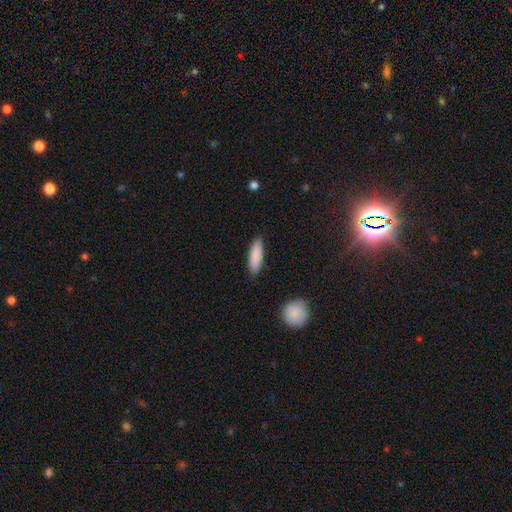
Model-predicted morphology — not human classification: This appears to be a smooth galaxy with no disk features (87%) that is cigar-shaped (54%). Merging: none (87%).